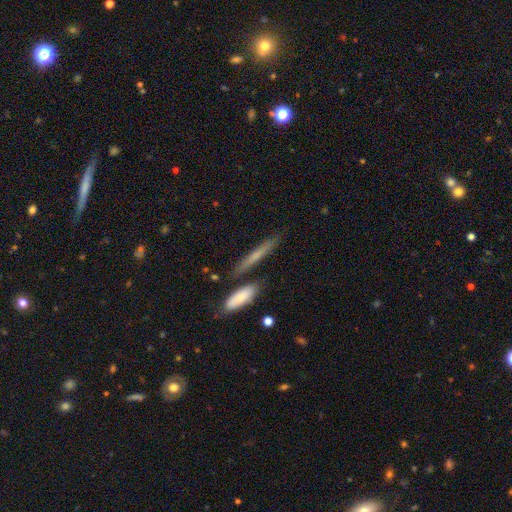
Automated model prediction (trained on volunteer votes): Smooth or featured: smooth — 55% (featured or disk — 37%)
How rounded: cigar-shaped — 91% (in between — 7%)
Merging: none — 74% (merger — 12%)